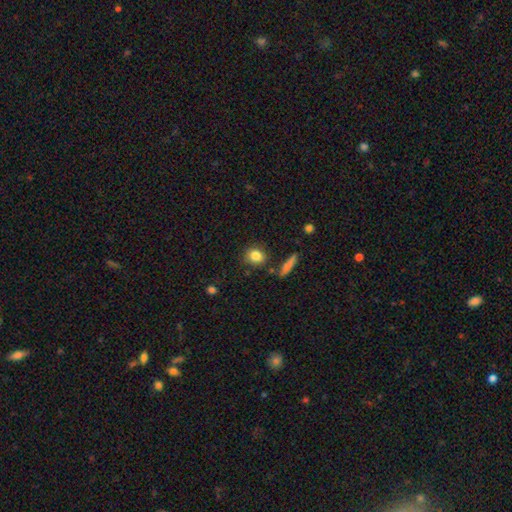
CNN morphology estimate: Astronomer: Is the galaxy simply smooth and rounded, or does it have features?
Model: smooth — 84%.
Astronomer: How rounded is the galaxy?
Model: round — 65%.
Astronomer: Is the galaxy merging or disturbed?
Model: none — 78%.